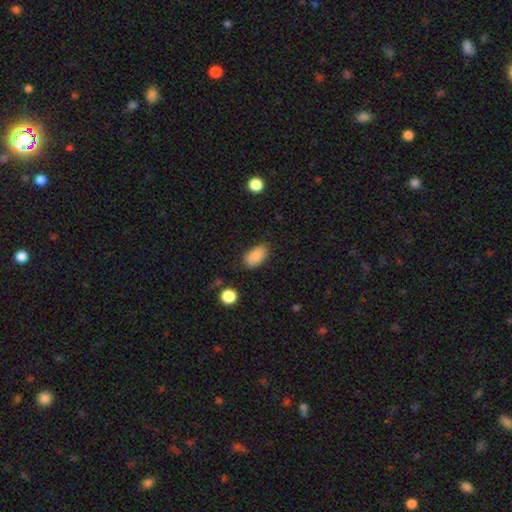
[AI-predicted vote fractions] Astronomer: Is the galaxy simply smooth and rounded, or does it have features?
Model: smooth — 88%.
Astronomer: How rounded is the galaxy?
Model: in between — 93%.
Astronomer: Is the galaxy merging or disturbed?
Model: none — 81%.